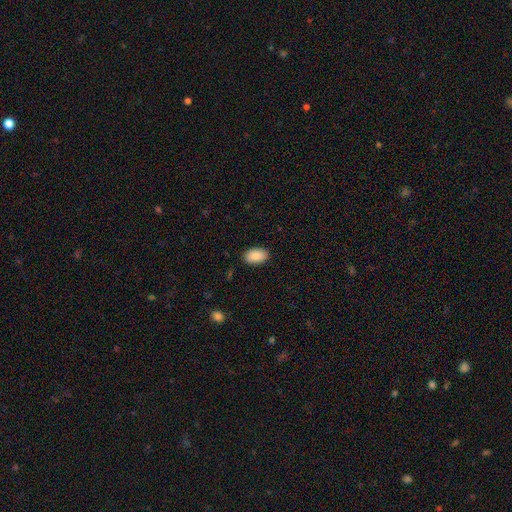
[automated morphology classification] Smooth or featured: smooth — 90% (star or artifact — 6%)
How rounded: in between — 93% (round — 5%)
Merging: none — 88% (minor disturbance — 9%)